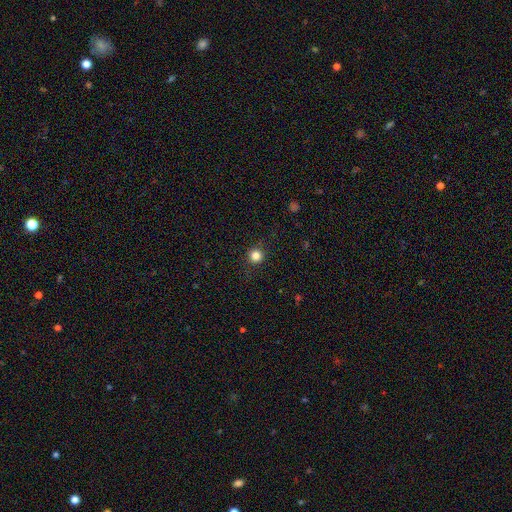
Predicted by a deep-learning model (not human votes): The model was most divided on "smooth or featured": smooth: 83%, star or artifact: 13%, featured or disk: 4%. More confident: how rounded — round (95%); merging — none (90%).